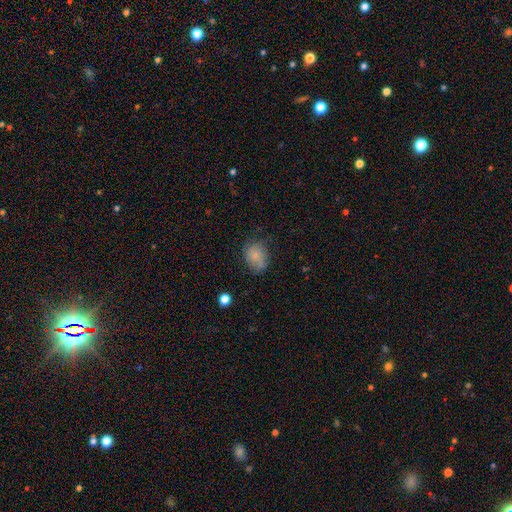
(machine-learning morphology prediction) Smooth or featured: smooth — 72% (featured or disk — 18%)
How rounded: in between — 57% (round — 42%)
Merging: none — 54% (minor disturbance — 28%)